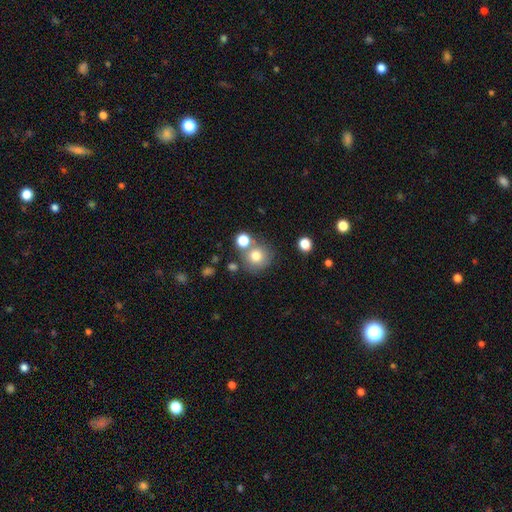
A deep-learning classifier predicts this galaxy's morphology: A smooth galaxy with no disk features (76%) that is round (89%).

Vote fractions:
- Smooth or featured? smooth: 76% / star or artifact: 13% / featured or disk: 11%
- How rounded? round: 89% / in between: 10% / cigar-shaped: 1%
- Merging? none: 66% / merger: 19% / minor disturbance: 11% / major disturbance: 5%